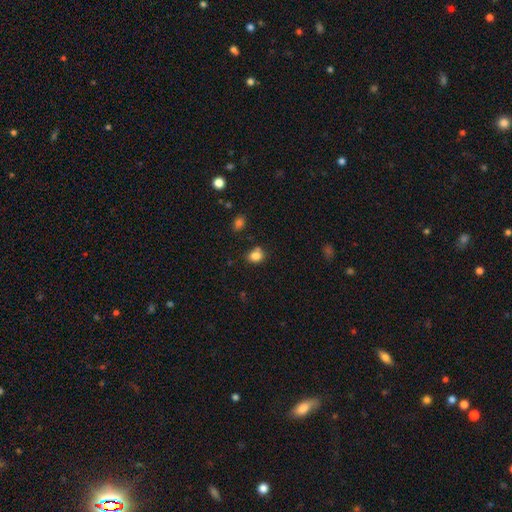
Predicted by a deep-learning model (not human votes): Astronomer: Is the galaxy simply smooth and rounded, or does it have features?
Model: smooth — 83%.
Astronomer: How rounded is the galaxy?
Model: round — 54% (runner-up: in between, 45%).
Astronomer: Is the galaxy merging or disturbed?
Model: none — 69%.